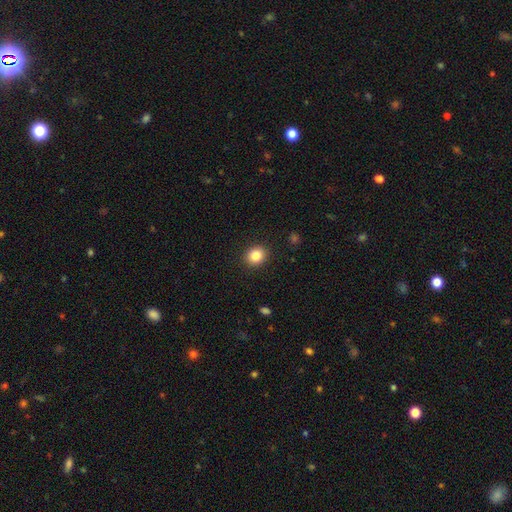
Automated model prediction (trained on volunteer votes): Smooth or featured? smooth (84%)
How rounded? round (73%)
Merging? none (91%)